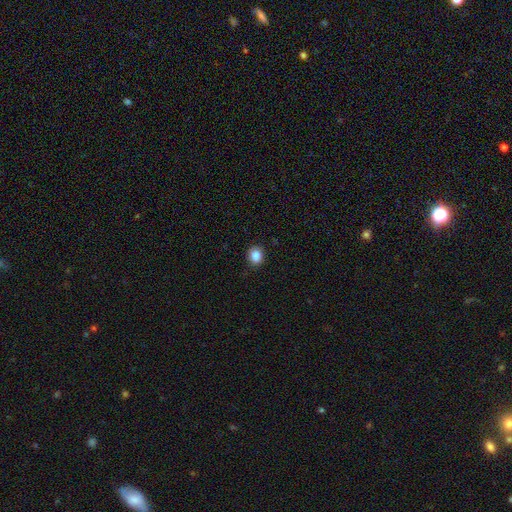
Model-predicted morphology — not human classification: Smooth or featured?
  - smooth: 87% *
  - star or artifact: 10%
  - featured or disk: 3%
How rounded?
  - round: 65% *
  - in between: 34%
  - cigar-shaped: 1%
Merging?
  - none: 86% *
  - minor disturbance: 10%
  - major disturbance: 2%
  - merger: 1%